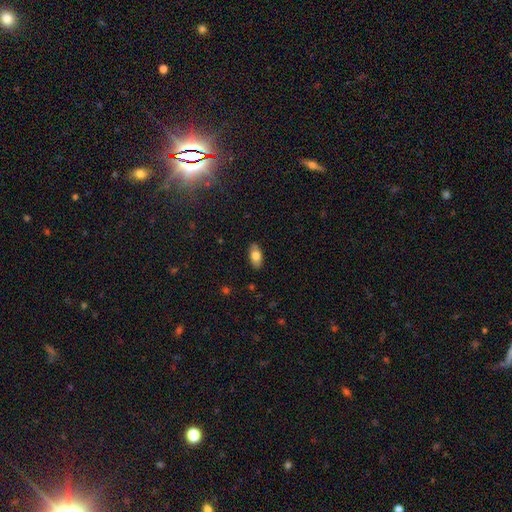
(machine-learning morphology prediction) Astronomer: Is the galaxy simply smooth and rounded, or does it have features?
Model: smooth — 78%.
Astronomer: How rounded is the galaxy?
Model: in between — 91%.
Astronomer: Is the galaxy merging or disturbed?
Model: none — 86%.